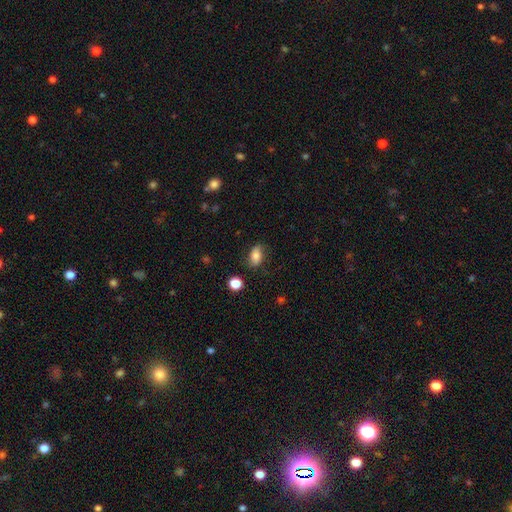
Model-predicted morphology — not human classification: The model was most divided on "merging": none: 76%, minor disturbance: 18%, major disturbance: 4%, merger: 2%. More confident: how rounded — in between (86%); smooth or featured — smooth (78%).